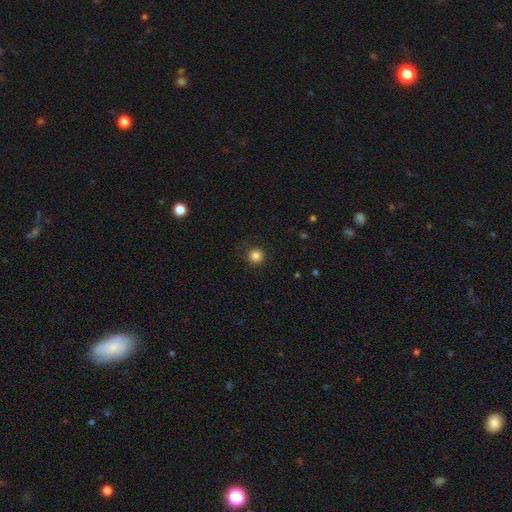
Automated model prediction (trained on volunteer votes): This appears to be a smooth galaxy with no disk features (85%) that is round (95%). Merging: none (90%).